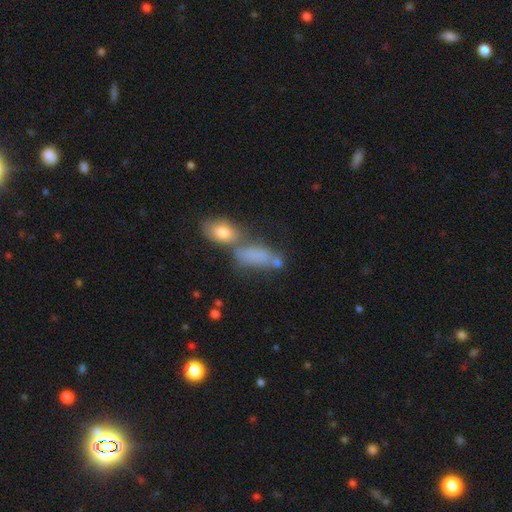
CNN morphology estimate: This is likely a smooth galaxy (72%). How rounded: likely in between (74%). Merging: marginally merger (42%).